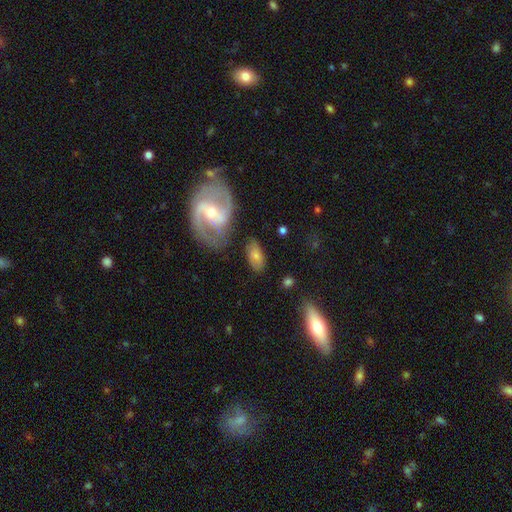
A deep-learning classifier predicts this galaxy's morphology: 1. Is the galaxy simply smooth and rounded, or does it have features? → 61% smooth, 30% featured or disk, 9% star or artifact.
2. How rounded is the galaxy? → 91% in between, 5% round, 4% cigar-shaped.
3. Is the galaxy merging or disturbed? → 71% none, 16% minor disturbance, 7% major disturbance, 6% merger.